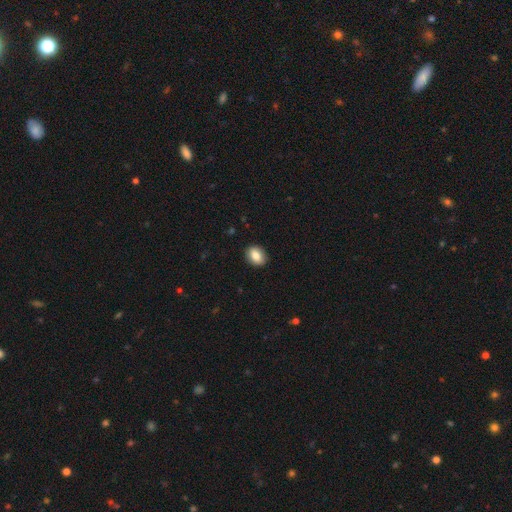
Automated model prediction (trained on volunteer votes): smooth-or-featured: smooth: 84% | featured or disk: 8% | star or artifact: 8%
  how-rounded: in between: 63% | round: 36% | cigar-shaped: 1%
  merging: none: 90% | minor disturbance: 7% | major disturbance: 2% | merger: 1%